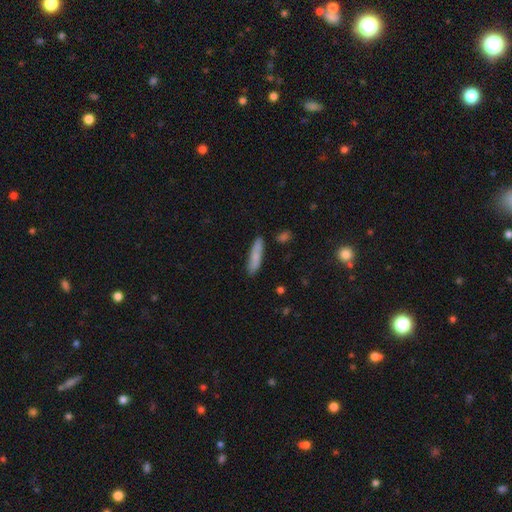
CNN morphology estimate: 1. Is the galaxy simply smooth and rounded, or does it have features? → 74% smooth, 20% featured or disk, 6% star or artifact.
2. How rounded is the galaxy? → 74% cigar-shaped, 24% in between, 2% round.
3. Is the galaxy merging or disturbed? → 82% none, 13% minor disturbance, 2% merger, 2% major disturbance.